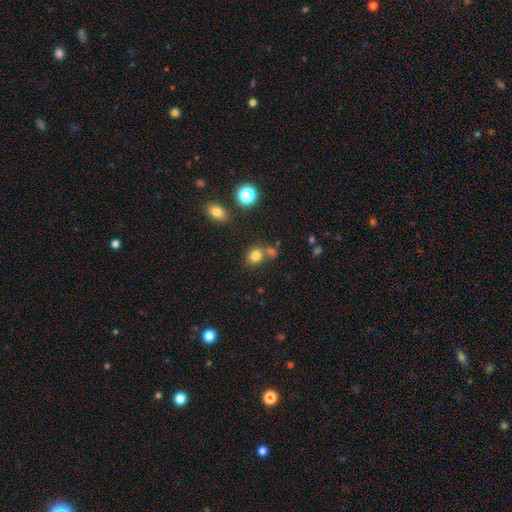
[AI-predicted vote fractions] A smooth galaxy with no disk features (79%) that is round (71%). Merging: none (62%).